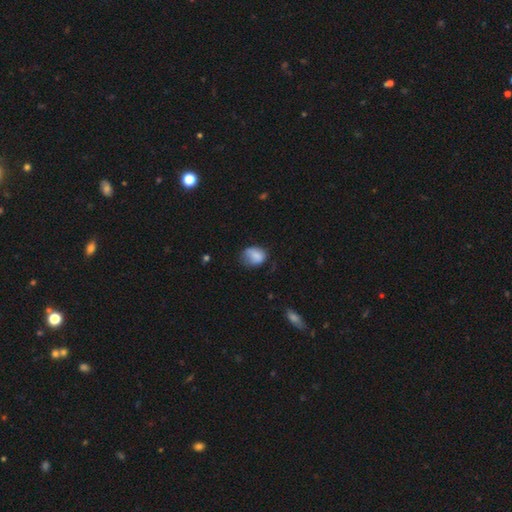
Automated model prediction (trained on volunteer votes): Q: Smooth or featured?
A: smooth (77%); runner-up: featured or disk (14%)
Q: How rounded?
A: in between (54%); runner-up: round (45%)
Q: Merging?
A: none (43%); runner-up: minor disturbance (37%)